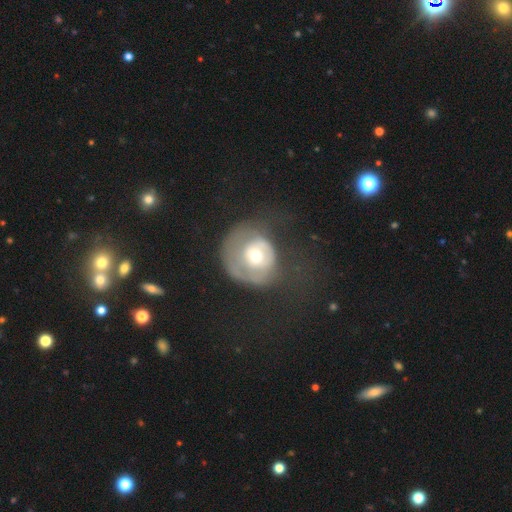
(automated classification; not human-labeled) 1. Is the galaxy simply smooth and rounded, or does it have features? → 51% featured or disk, 41% smooth, 8% star or artifact.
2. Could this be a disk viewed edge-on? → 96% no, 4% yes.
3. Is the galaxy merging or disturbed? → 46% major disturbance, 32% none, 21% minor disturbance, 2% merger.